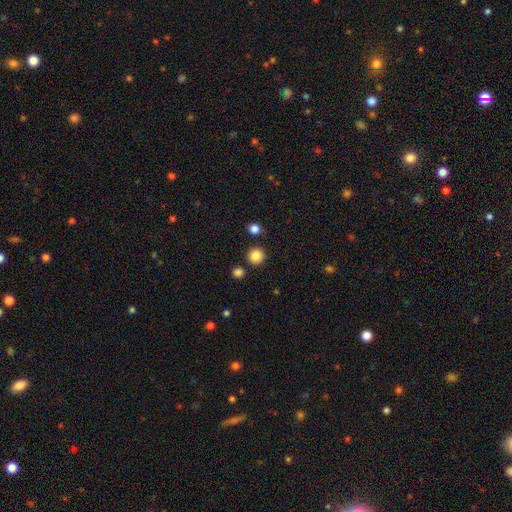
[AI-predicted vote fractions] smooth 86%, star or artifact 11%, featured or disk 4%. Down the decision tree: how rounded — round (94%); merging — none (87%).